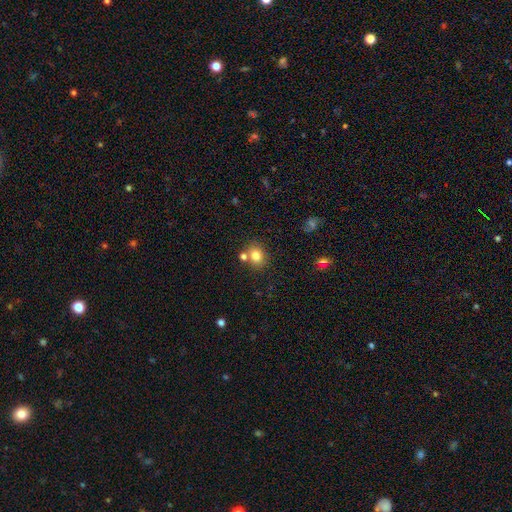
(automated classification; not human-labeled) Smooth or featured? Predicted: smooth (p=0.80). How rounded? Predicted: round (p=0.60). Merging? Predicted: none (p=0.68).